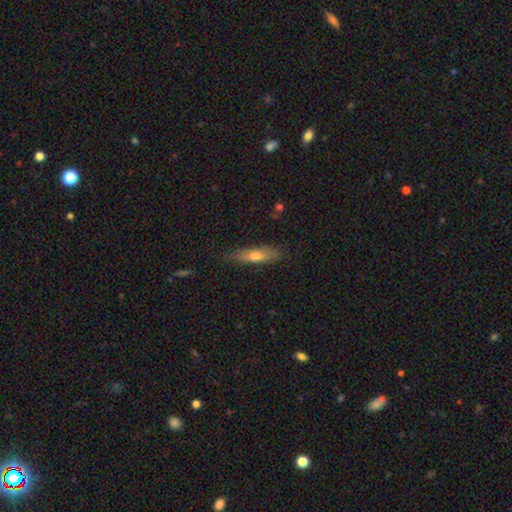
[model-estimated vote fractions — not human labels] smooth-or-featured: smooth: 62% | featured or disk: 32% | star or artifact: 7%
  how-rounded: cigar-shaped: 65% | in between: 32% | round: 2%
  merging: none: 77% | minor disturbance: 18% | major disturbance: 4% | merger: 1%